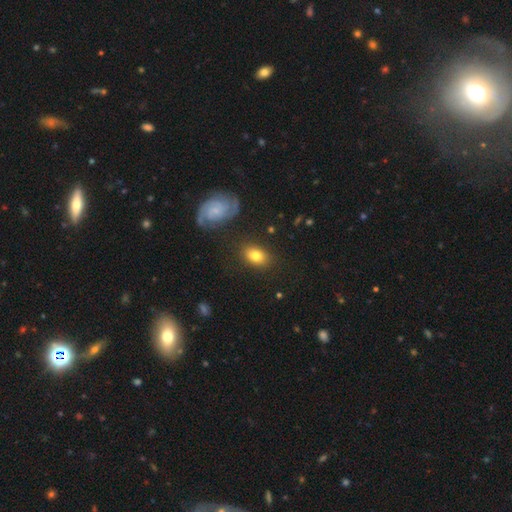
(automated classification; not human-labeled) A smooth galaxy with no disk features (75%) that is in between round and cigar-shaped (79%).

Vote fractions:
- Smooth or featured? smooth: 75% / featured or disk: 17% / star or artifact: 8%
- How rounded? in between: 79% / round: 19% / cigar-shaped: 2%
- Merging? none: 82% / minor disturbance: 11% / major disturbance: 4% / merger: 3%